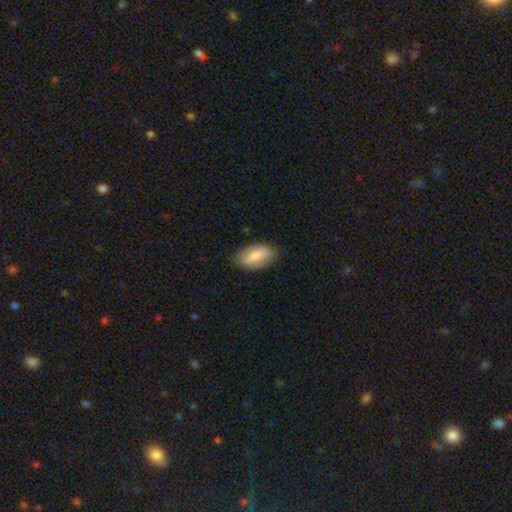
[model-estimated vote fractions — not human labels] Smooth or featured? Predicted: smooth (p=0.73). How rounded? Predicted: in between (p=0.94). Merging? Predicted: none (p=0.77).